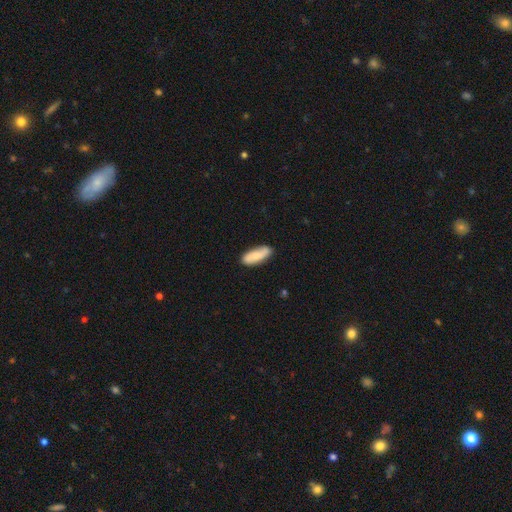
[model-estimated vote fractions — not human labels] Smooth or featured?
  - smooth: 67% *
  - featured or disk: 27%
  - star or artifact: 6%
How rounded?
  - in between: 72% *
  - cigar-shaped: 26%
  - round: 2%
Merging?
  - none: 82% *
  - minor disturbance: 14%
  - major disturbance: 3%
  - merger: 2%